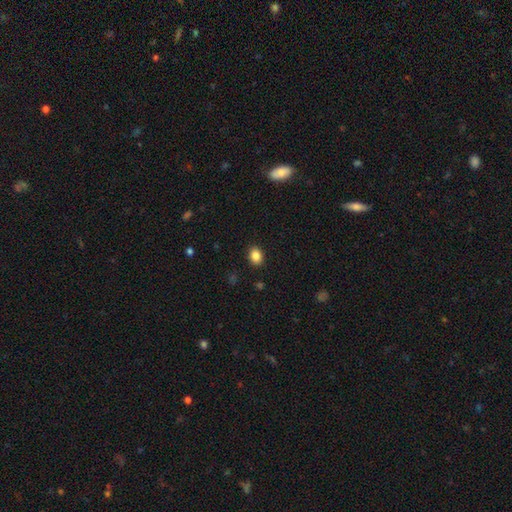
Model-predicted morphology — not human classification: A smooth galaxy with no disk features (85%) that is in between round and cigar-shaped (60%). Merging: none (90%).